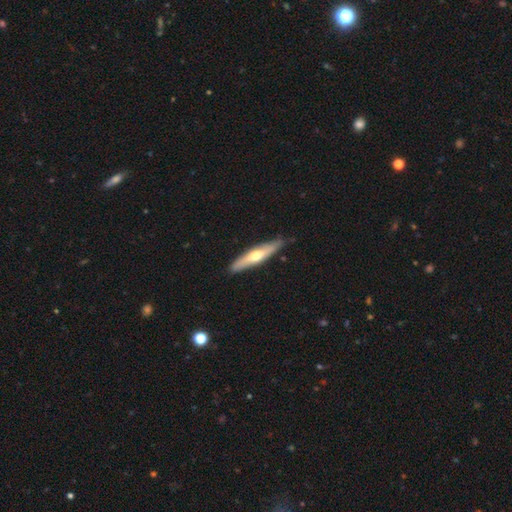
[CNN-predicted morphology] Smooth or featured: featured or disk — 49% (smooth — 46%)
Merging: none — 82% (minor disturbance — 14%)